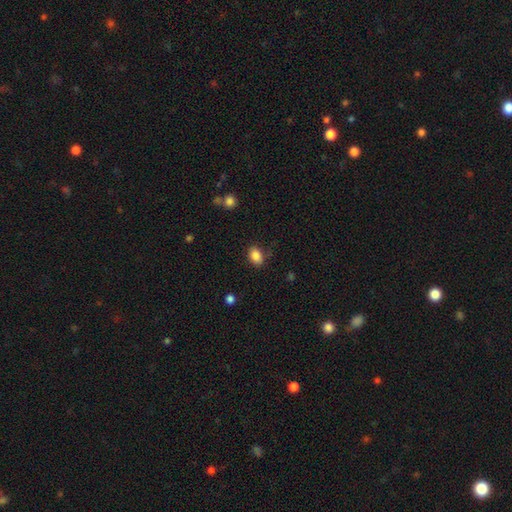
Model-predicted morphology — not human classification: A smooth galaxy with no disk features (86%) that is in between round and cigar-shaped (79%). Merging: none (82%).